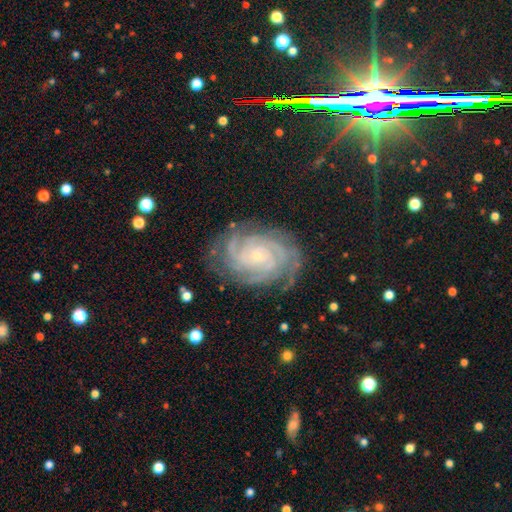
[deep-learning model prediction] This appears to be a featured or disk galaxy (89%) with no bar (76%), 4 (27%) tight (77%) spiral arms (98%) and a small central bulge (86%). Merging: none (78%).